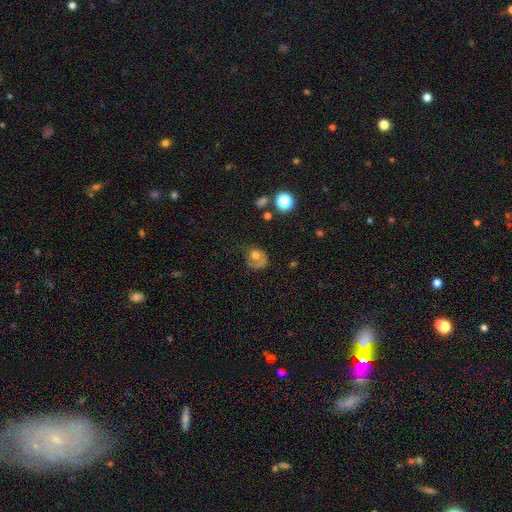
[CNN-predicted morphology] Overall: smooth (52%; featured or disk 37%). How rounded: round (60%; in between 39%). Merging: none (40%; major disturbance 32%).